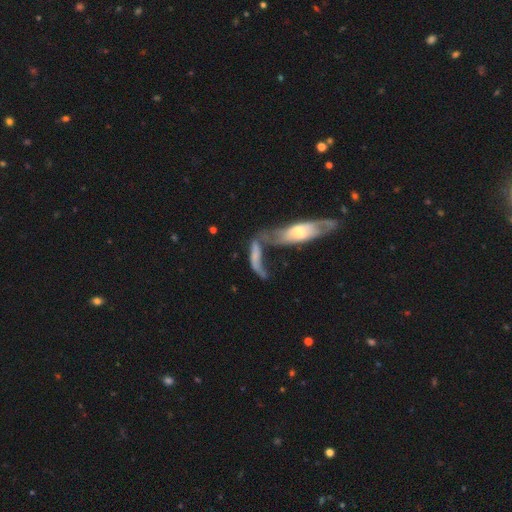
Smooth or featured? featured or disk (60%)
Edge-on disk? yes (58%)
Edge-on bulge? boxy (36%, tied with none)
Merging? merger (45%)